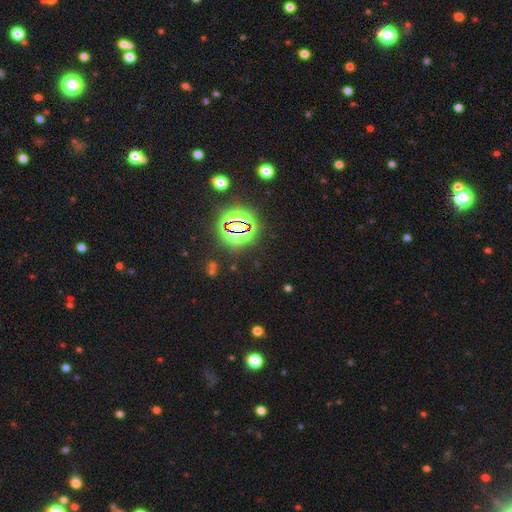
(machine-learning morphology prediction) smooth-or-featured: star or artifact: 82% | smooth: 12% | featured or disk: 7%